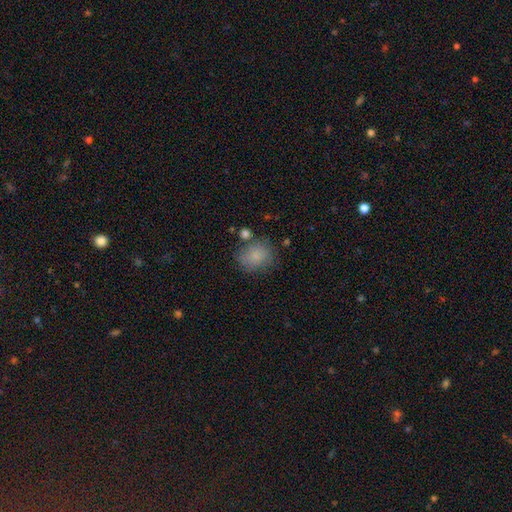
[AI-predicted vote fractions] Q: Smooth or featured?
A: smooth (82%); runner-up: star or artifact (9%)
Q: How rounded?
A: round (64%); runner-up: in between (35%)
Q: Merging?
A: none (68%); runner-up: minor disturbance (18%)